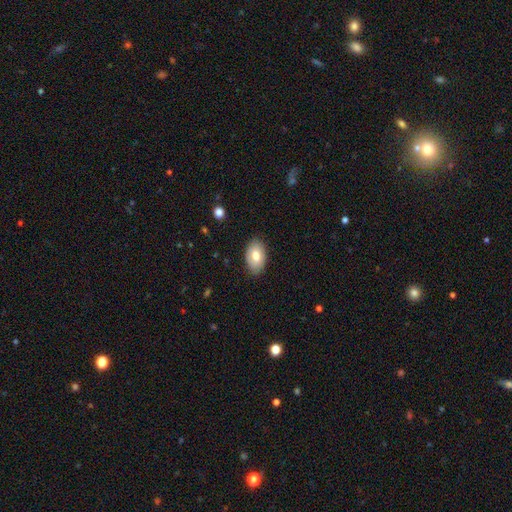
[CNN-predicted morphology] Q: Smooth or featured?
A: smooth (74%); runner-up: featured or disk (20%)
Q: How rounded?
A: in between (91%); runner-up: round (7%)
Q: Merging?
A: none (84%); runner-up: minor disturbance (12%)